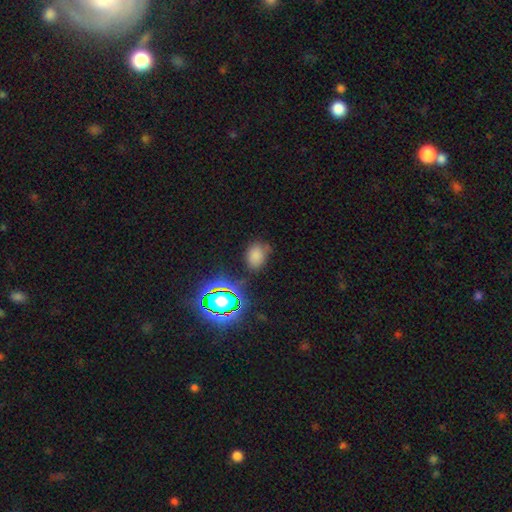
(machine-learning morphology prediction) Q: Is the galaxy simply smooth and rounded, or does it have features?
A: smooth — 68%.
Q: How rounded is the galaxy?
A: in between — 70%.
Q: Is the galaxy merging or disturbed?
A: none — 66%.